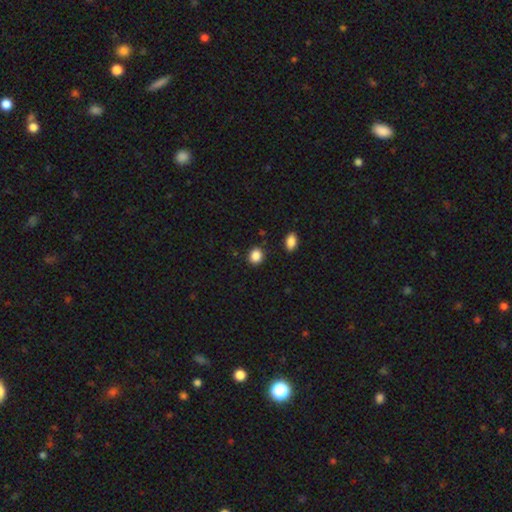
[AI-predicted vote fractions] A smooth galaxy with no disk features (87%) that is round (73%). Merging: none (86%).